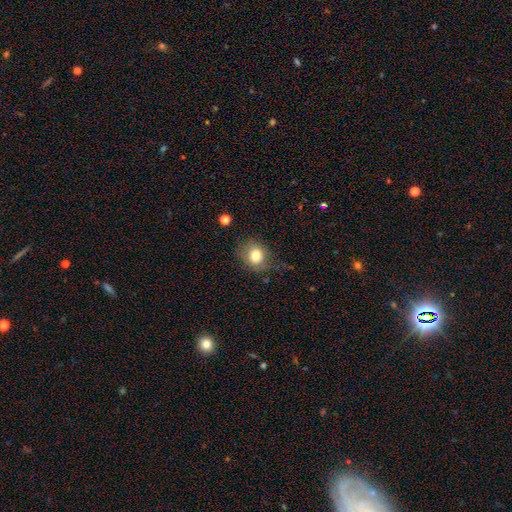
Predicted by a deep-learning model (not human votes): Smooth or featured: smooth — 77% (featured or disk — 13%)
How rounded: round — 64% (in between — 35%)
Merging: none — 64% (minor disturbance — 22%)